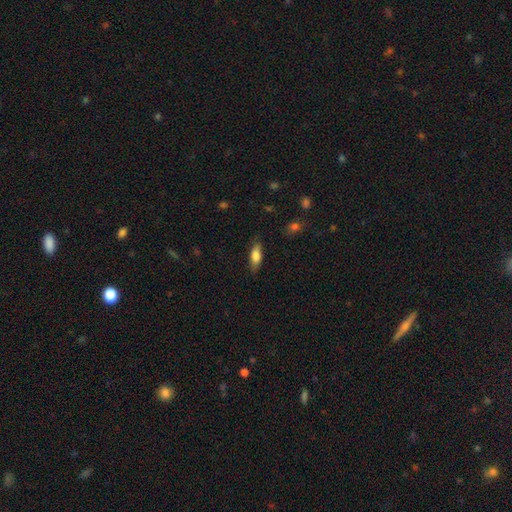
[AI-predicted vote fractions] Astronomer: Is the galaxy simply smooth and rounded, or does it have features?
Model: smooth — 76%.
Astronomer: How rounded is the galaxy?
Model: in between — 68%.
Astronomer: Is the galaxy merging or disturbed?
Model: none — 79%.